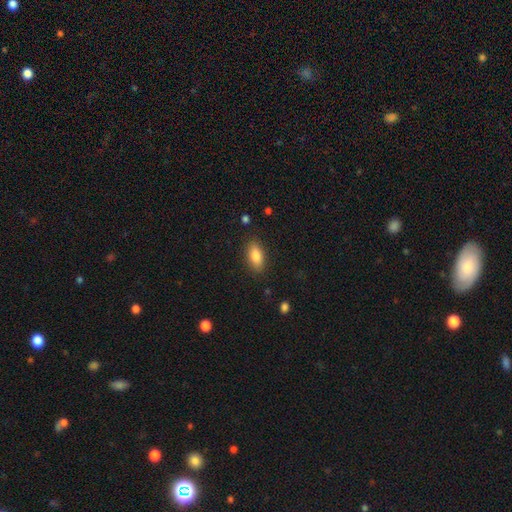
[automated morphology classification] Q: Smooth or featured?
A: smooth (83%); runner-up: featured or disk (9%)
Q: How rounded?
A: in between (86%); runner-up: cigar-shaped (10%)
Q: Merging?
A: none (86%); runner-up: minor disturbance (10%)